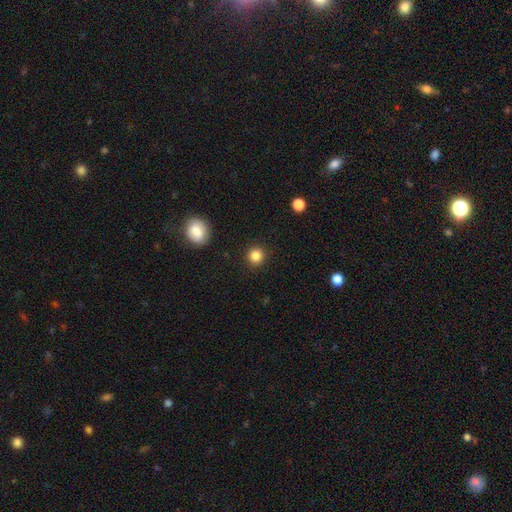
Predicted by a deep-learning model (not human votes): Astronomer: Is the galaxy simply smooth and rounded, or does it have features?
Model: smooth — 85%.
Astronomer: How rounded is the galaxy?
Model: round — 92%.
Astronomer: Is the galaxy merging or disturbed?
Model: none — 92%.